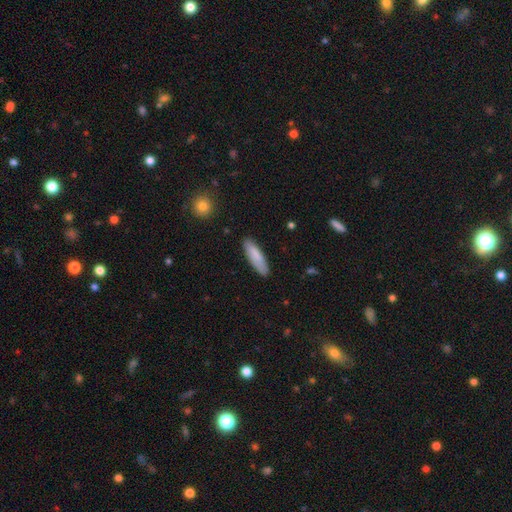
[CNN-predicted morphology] Smooth or featured: smooth — 83% (featured or disk — 12%)
How rounded: cigar-shaped — 65% (in between — 34%)
Merging: none — 86% (minor disturbance — 11%)